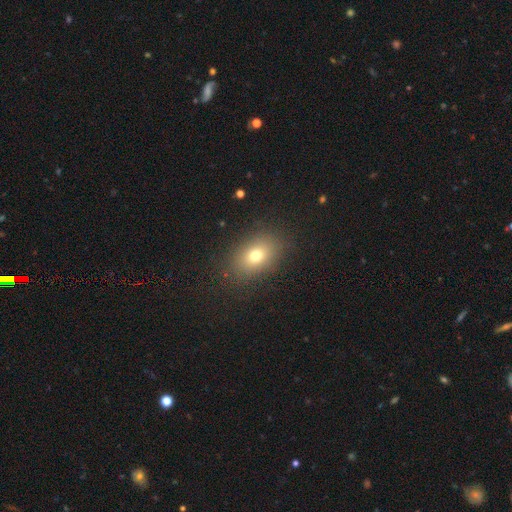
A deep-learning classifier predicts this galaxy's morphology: Smooth or featured? Predicted: smooth (p=0.73). How rounded? Predicted: in between (p=0.77). Merging? Predicted: none (p=0.85).